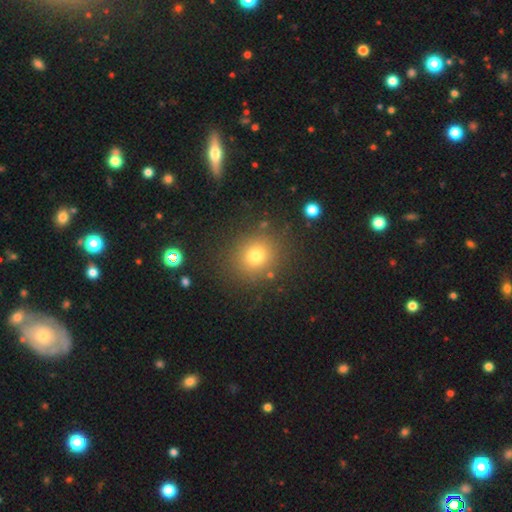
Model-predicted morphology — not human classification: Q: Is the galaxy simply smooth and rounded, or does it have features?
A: smooth — 74%.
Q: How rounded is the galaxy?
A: round — 81%.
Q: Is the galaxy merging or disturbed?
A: none — 85%.